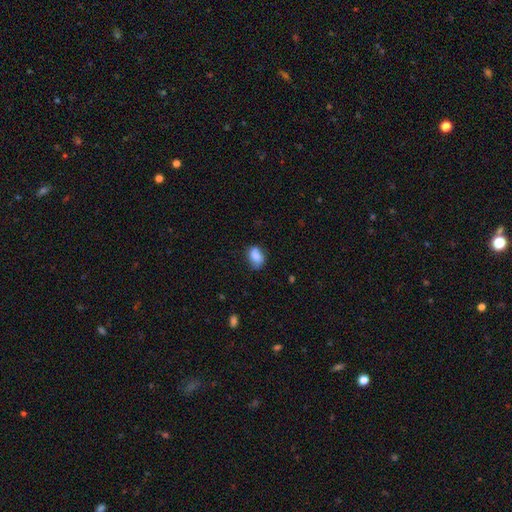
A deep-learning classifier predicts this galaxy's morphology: Smooth or featured? smooth (81%)
How rounded? in between (75%)
Merging? none (60%)